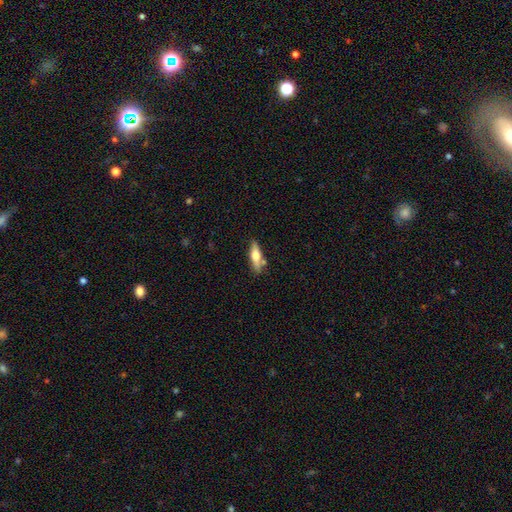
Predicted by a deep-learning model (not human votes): A smooth galaxy with no disk features (52%) that is cigar-shaped (60%). Merging: none (74%).